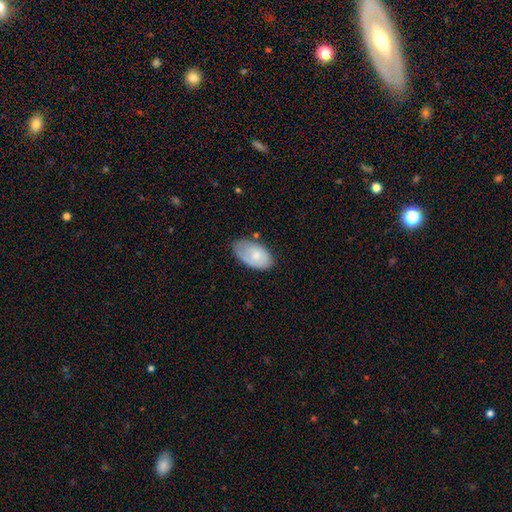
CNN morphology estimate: Smooth or featured? Predicted: smooth (p=0.68). How rounded? Predicted: in between (p=0.94). Merging? Predicted: none (p=0.56).